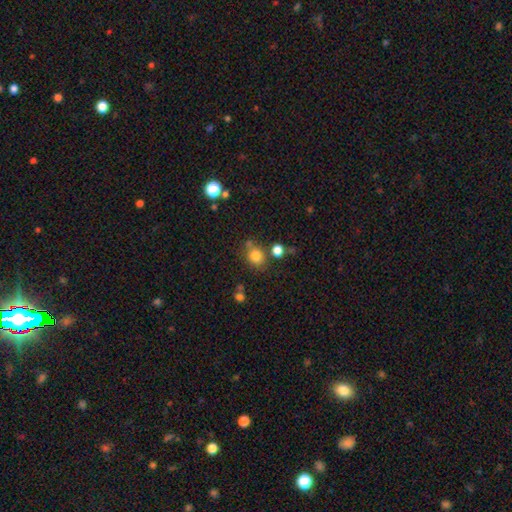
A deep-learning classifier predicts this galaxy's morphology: Smooth or featured: smooth — 80% (star or artifact — 13%)
How rounded: round — 70% (in between — 29%)
Merging: none — 68% (minor disturbance — 15%)